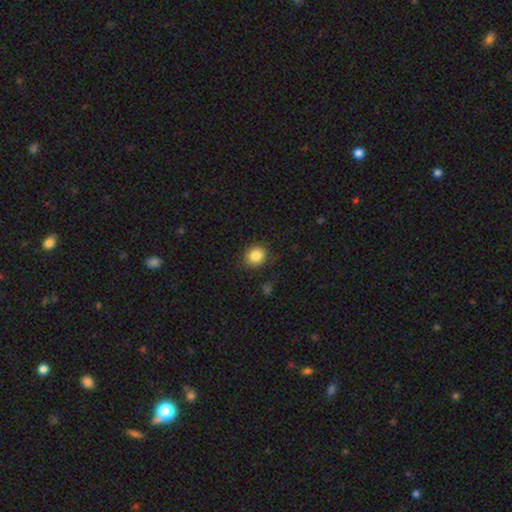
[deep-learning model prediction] Q: Smooth or featured?
A: smooth (86%); runner-up: star or artifact (9%)
Q: How rounded?
A: round (79%); runner-up: in between (20%)
Q: Merging?
A: none (86%); runner-up: minor disturbance (10%)